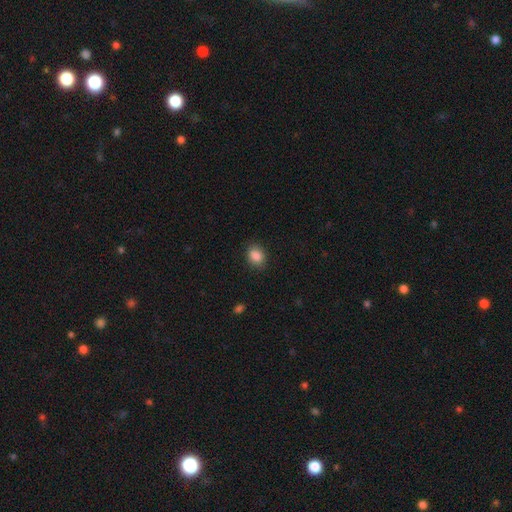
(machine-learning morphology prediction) Smooth or featured? smooth (87%)
How rounded? in between (57%)
Merging? none (85%)